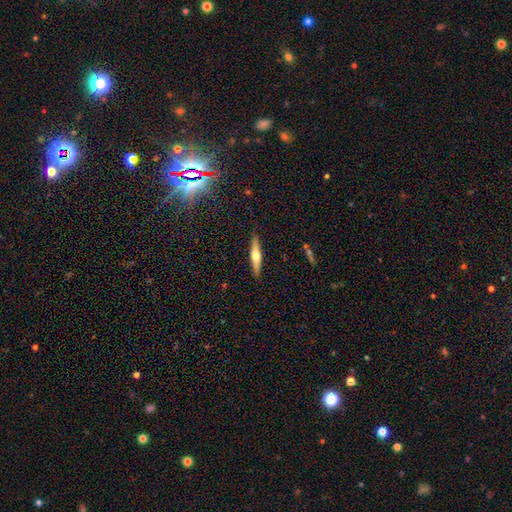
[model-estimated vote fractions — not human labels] smooth_or_featured: featured or disk (p=0.54) [alt: smooth p=0.40]
disk_edge_on: yes (p=0.95) [alt: no p=0.05]
edge_on_bulge: rounded (p=0.91) [alt: none p=0.05]
merging: none (p=0.90) [alt: minor disturbance p=0.08]